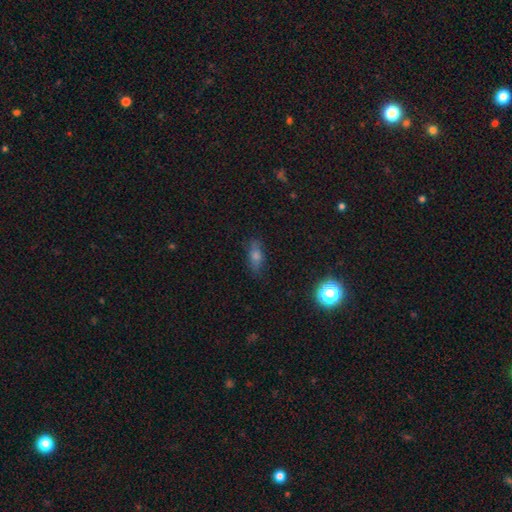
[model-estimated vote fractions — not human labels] Smooth or featured? smooth (56%)
How rounded? in between (61%)
Merging? none (84%)